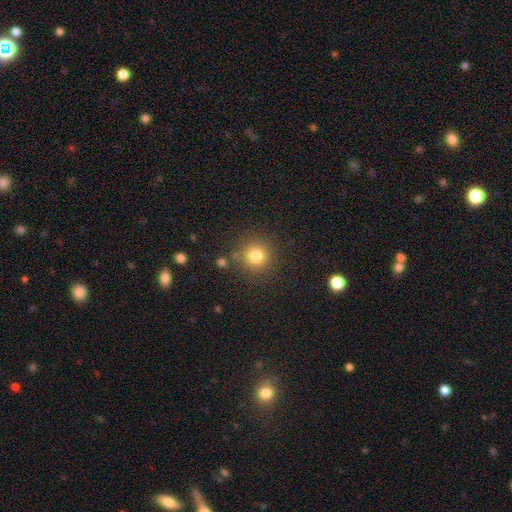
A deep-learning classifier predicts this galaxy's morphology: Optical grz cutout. It shows a smooth galaxy with no disk features (79%) that is round (93%). Merging: none (85%).